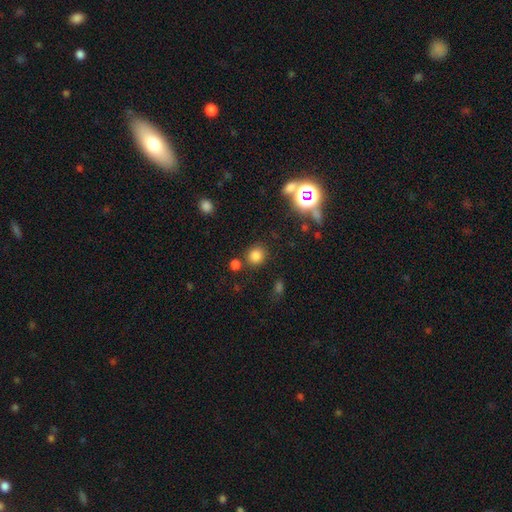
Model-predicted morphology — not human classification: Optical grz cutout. It shows a smooth galaxy with no disk features (79%) that is round (81%). Merging: none (78%).